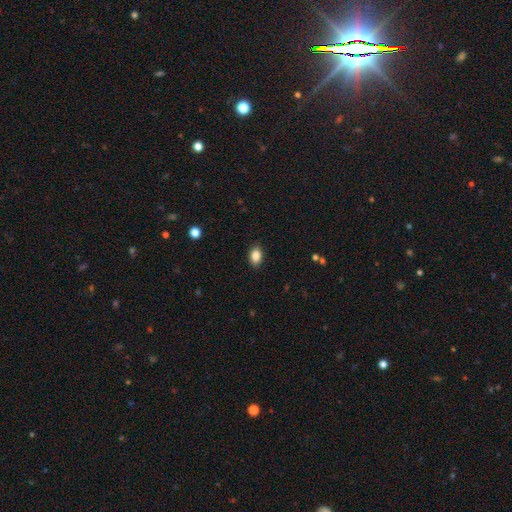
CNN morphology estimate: Q: Smooth or featured?
A: smooth (86%); runner-up: star or artifact (9%)
Q: How rounded?
A: in between (85%); runner-up: round (14%)
Q: Merging?
A: none (89%); runner-up: minor disturbance (8%)